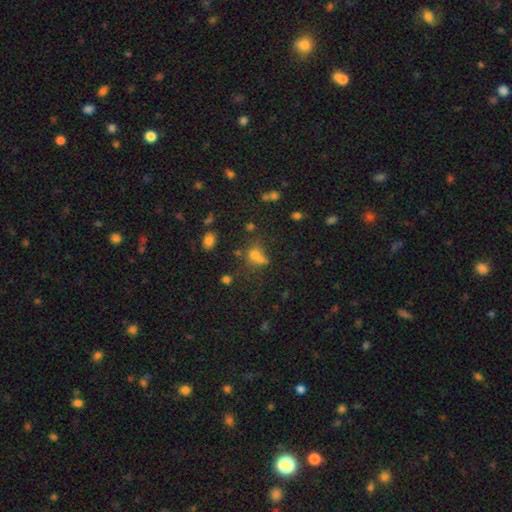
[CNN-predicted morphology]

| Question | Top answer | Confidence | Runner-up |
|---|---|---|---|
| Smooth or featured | smooth | 59% | star or artifact (28%) |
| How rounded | round | 65% | in between (33%) |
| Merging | merger | 43% | none (39%) |